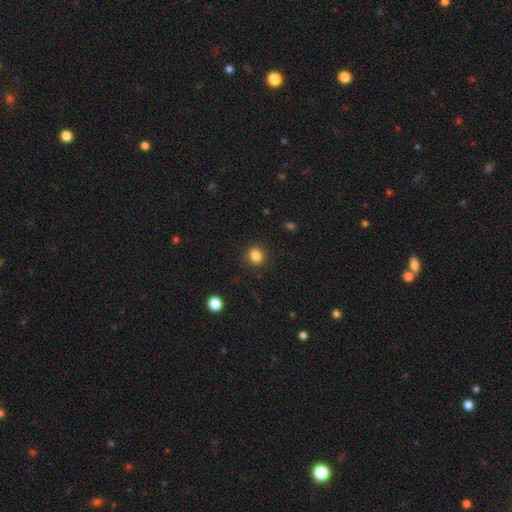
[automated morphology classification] Smooth or featured: smooth — 84% (star or artifact — 11%)
How rounded: round — 73% (in between — 26%)
Merging: none — 89% (minor disturbance — 7%)